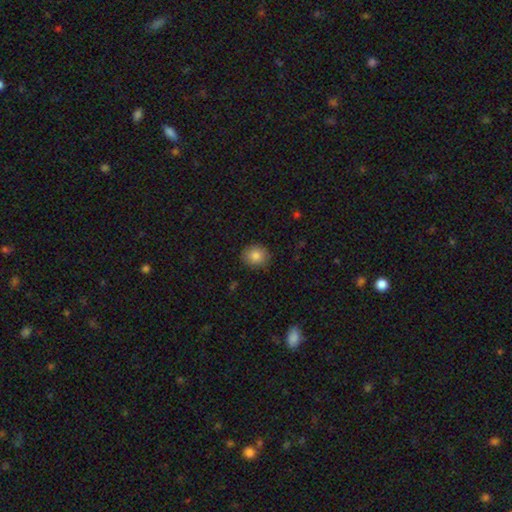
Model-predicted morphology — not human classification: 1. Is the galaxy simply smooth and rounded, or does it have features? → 84% smooth, 9% star or artifact, 7% featured or disk.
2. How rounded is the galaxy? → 74% round, 25% in between, 1% cigar-shaped.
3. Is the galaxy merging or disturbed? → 87% none, 10% minor disturbance, 2% major disturbance, 1% merger.